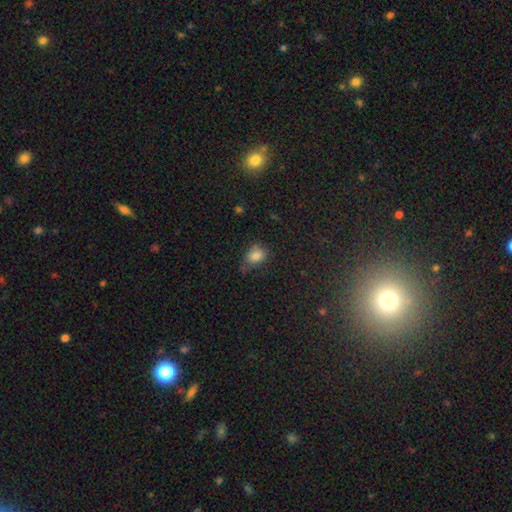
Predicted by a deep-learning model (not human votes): Smooth or featured?
  - smooth: 81% *
  - star or artifact: 12%
  - featured or disk: 7%
How rounded?
  - in between: 69% *
  - round: 30%
  - cigar-shaped: 2%
Merging?
  - none: 59% *
  - minor disturbance: 27%
  - major disturbance: 8%
  - merger: 6%